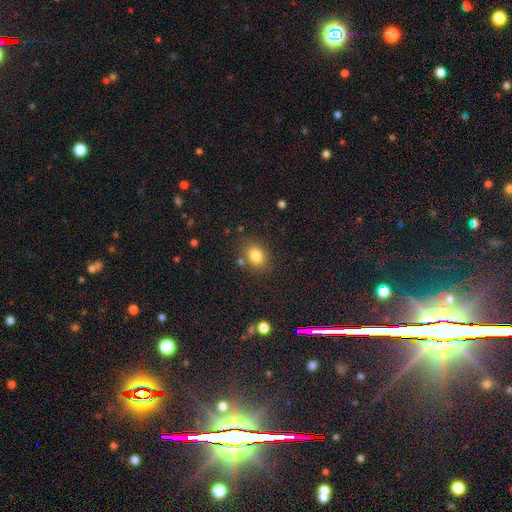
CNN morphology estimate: Smooth or featured? smooth (81%)
How rounded? in between (56%)
Merging? none (77%)